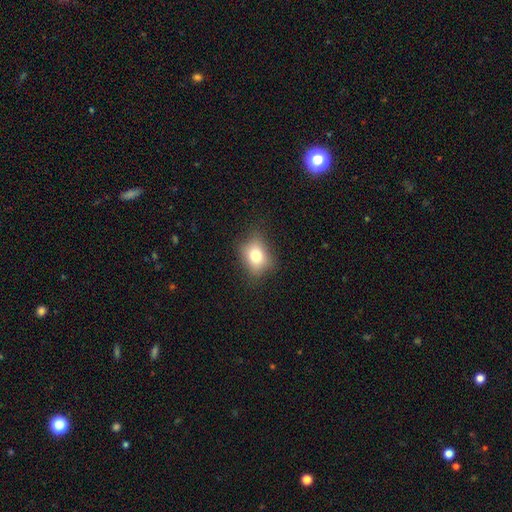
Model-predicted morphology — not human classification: A smooth galaxy with no disk features (76%) that is in between round and cigar-shaped (61%).

Vote fractions:
- Smooth or featured? smooth: 76% / featured or disk: 13% / star or artifact: 11%
- How rounded? in between: 61% / round: 37% / cigar-shaped: 2%
- Merging? none: 74% / minor disturbance: 19% / major disturbance: 6% / merger: 1%